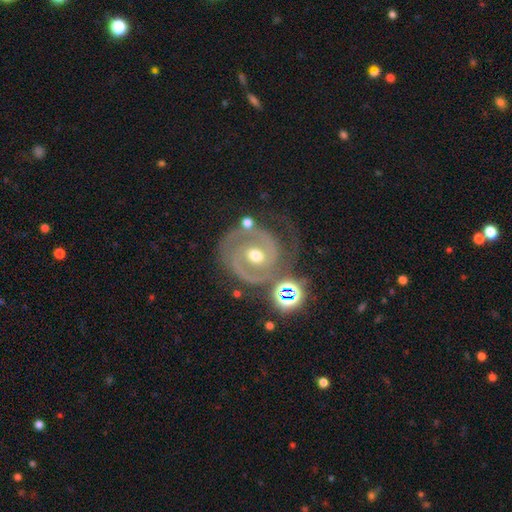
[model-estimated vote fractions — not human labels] Morphology: type=featured or disk (85%); edge-on=no (98%); bar=no (57%); spiral arms=yes (94%); winding=tight (55%); arm count=2 (70%); bulge=moderate (74%); merging=none (55%).